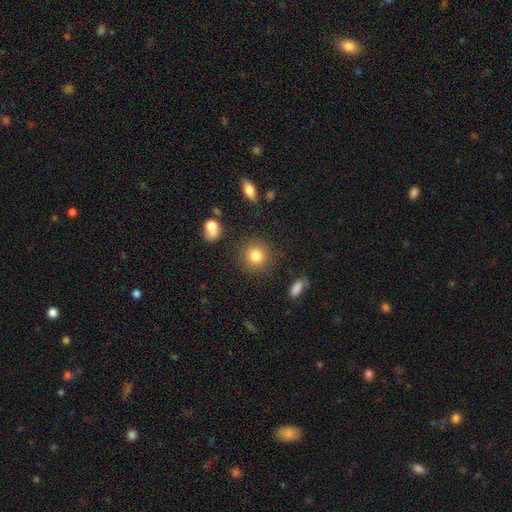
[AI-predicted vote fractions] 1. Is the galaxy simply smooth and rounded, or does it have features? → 82% smooth, 11% star or artifact, 7% featured or disk.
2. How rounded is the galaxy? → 91% round, 8% in between, 1% cigar-shaped.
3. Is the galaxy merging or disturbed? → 86% none, 8% minor disturbance, 3% major disturbance, 3% merger.